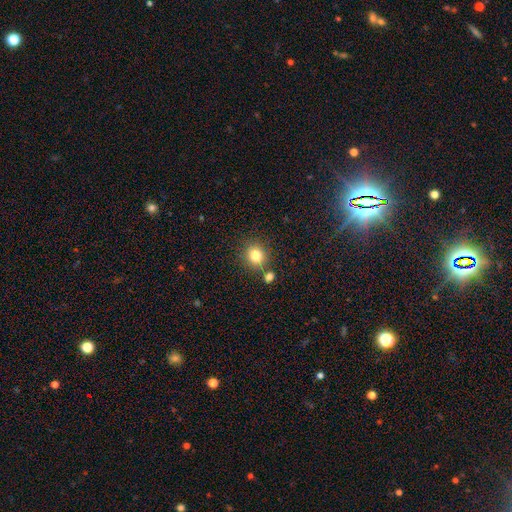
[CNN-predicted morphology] Overall: smooth (81%). How rounded: round (81%). Merging: none (76%).